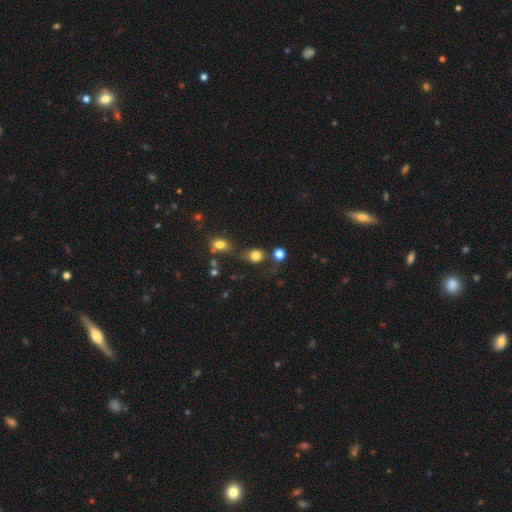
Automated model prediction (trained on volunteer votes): Morphology: type=smooth (78%); roundness=round (75%); merging=none (65%).